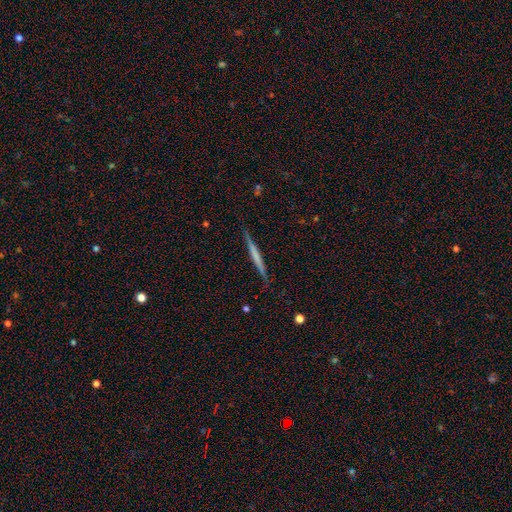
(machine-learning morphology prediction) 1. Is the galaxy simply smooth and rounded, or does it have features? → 54% featured or disk, 40% smooth, 6% star or artifact.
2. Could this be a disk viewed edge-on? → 97% yes, 3% no.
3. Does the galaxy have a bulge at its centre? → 72% none, 16% rounded, 12% boxy.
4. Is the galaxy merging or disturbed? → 86% none, 11% minor disturbance, 2% major disturbance, 1% merger.